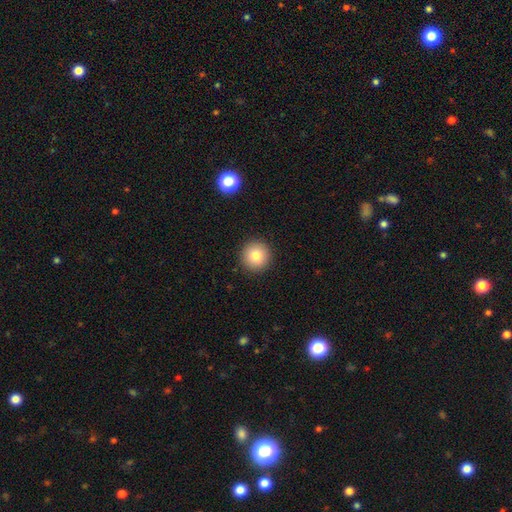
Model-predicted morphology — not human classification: This is clearly a smooth galaxy (81%). How rounded: clearly round (95%). Merging: clearly none (92%).